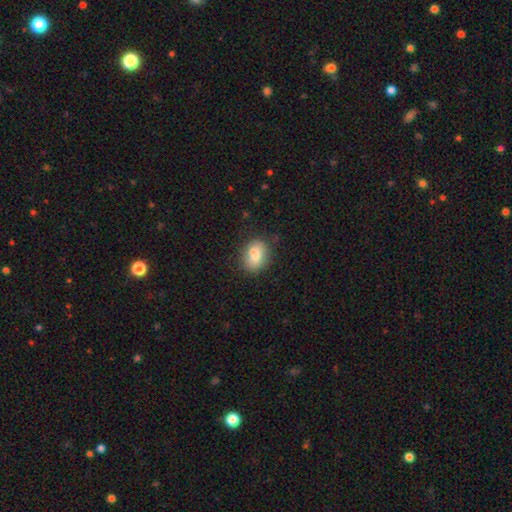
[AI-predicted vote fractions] Smooth or featured: smooth — 81% (featured or disk — 11%)
How rounded: in between — 67% (round — 32%)
Merging: none — 75% (minor disturbance — 17%)